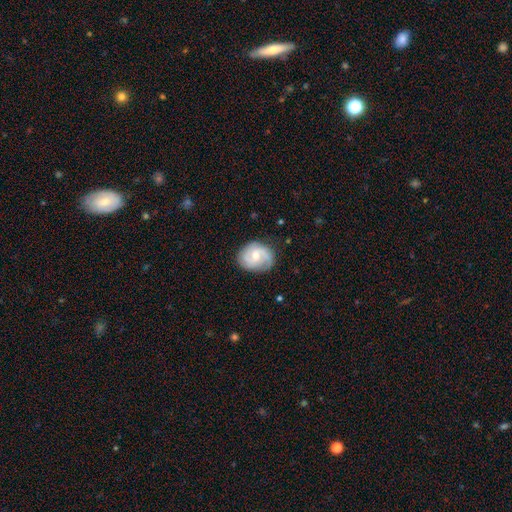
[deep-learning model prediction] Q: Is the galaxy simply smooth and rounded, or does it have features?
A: featured or disk — 76%.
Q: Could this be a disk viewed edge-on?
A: no — 98%.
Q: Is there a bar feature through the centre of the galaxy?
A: no — 53%.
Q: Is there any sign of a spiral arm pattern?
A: yes — 94%.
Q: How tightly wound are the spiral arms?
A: medium — 44%.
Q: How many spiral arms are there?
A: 2 — 63%.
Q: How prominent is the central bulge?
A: moderate — 57%.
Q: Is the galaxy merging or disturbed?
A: none — 77%.